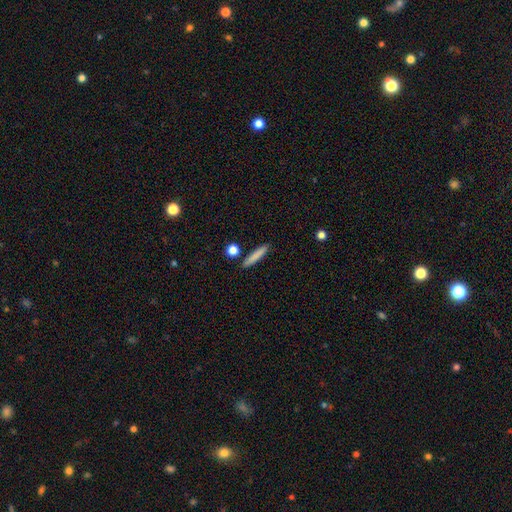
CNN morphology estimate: smooth_or_featured: smooth (p=0.81) [alt: featured or disk p=0.12]
how_rounded: cigar-shaped (p=0.89) [alt: in between p=0.08]
merging: none (p=0.85) [alt: minor disturbance p=0.09]